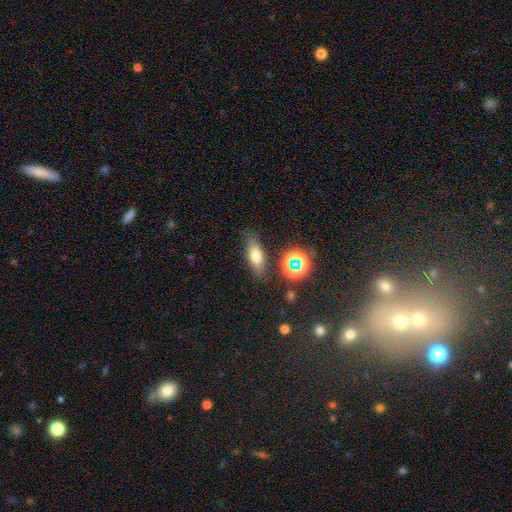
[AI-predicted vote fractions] Overall: smooth (68%). How rounded: in between (64%; cigar-shaped 28%). Merging: none (76%).